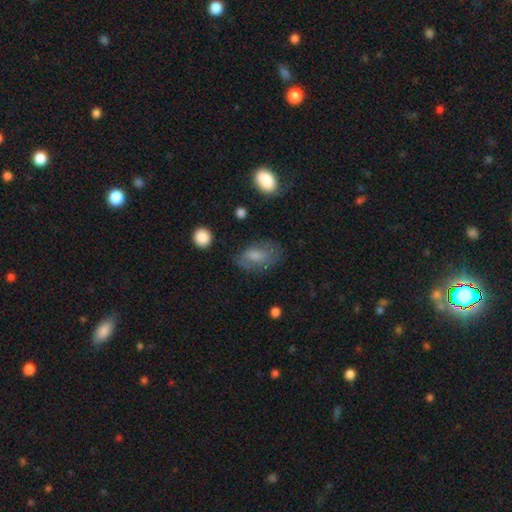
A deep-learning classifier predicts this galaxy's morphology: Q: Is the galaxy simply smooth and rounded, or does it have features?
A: smooth — 64%.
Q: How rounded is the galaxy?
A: in between — 88%.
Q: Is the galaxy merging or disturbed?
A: none — 58%.